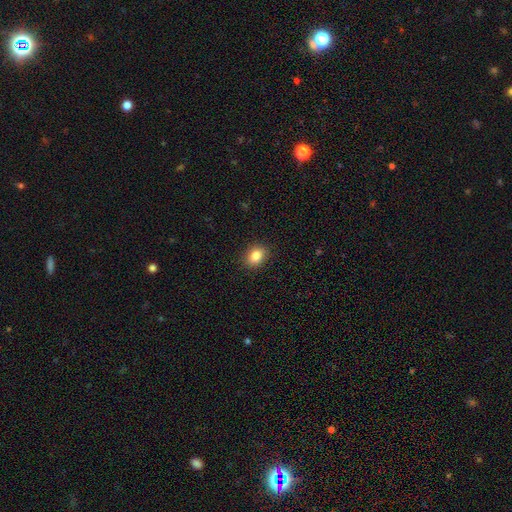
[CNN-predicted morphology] smooth-or-featured: smooth: 84% | star or artifact: 10% | featured or disk: 7%
  how-rounded: in between: 58% | round: 41% | cigar-shaped: 1%
  merging: none: 90% | minor disturbance: 7% | major disturbance: 2% | merger: 1%